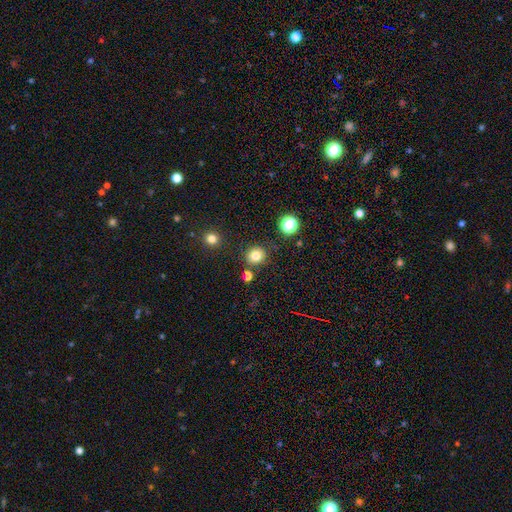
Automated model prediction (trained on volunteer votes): smooth-or-featured: smooth: 81% | star or artifact: 13% | featured or disk: 6%
  how-rounded: round: 86% | in between: 13% | cigar-shaped: 1%
  merging: none: 83% | minor disturbance: 9% | merger: 5% | major disturbance: 3%